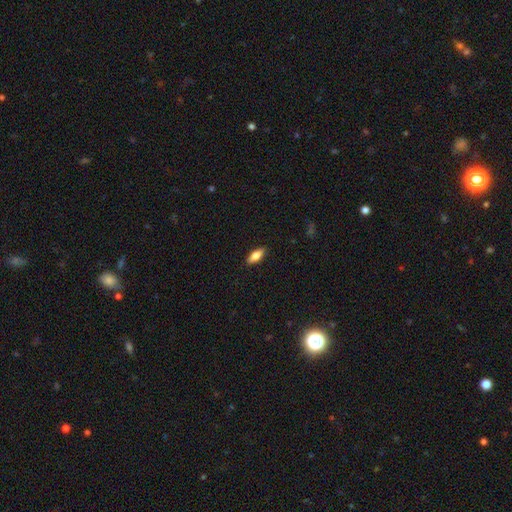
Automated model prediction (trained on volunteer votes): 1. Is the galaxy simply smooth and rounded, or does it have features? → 76% smooth, 17% featured or disk, 7% star or artifact.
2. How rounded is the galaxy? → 73% in between, 24% cigar-shaped, 2% round.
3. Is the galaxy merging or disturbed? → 89% none, 8% minor disturbance, 2% major disturbance, 1% merger.